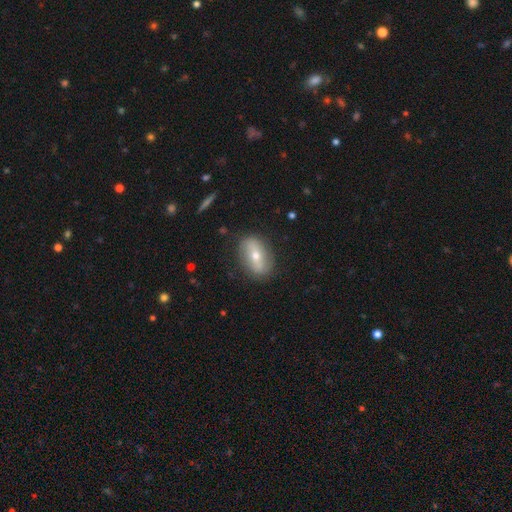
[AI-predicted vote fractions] The model was most divided on "smooth or featured": featured or disk: 49%, smooth: 43%, star or artifact: 8%. More confident: merging — none (84%).